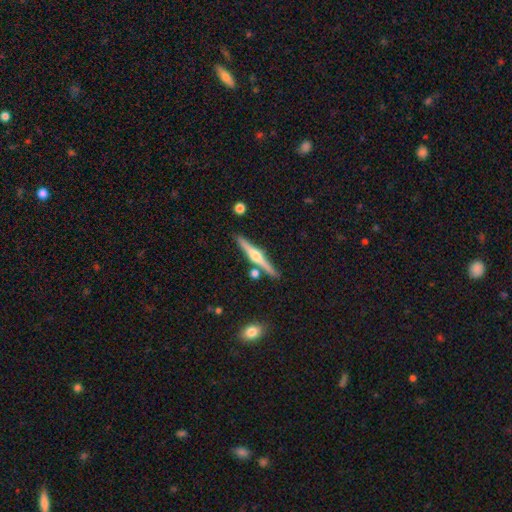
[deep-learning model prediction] The model was most divided on "smooth or featured": featured or disk: 74%, smooth: 20%, star or artifact: 6%. More confident: edge-on disk — yes (98%); edge-on bulge — rounded (93%); merging — none (85%).